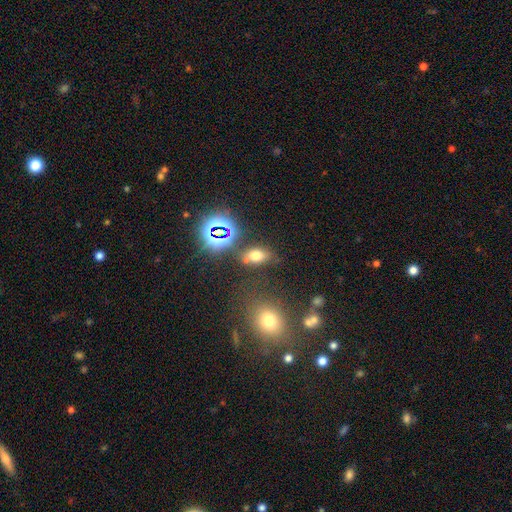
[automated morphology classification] type=smooth (64%); roundness=in between (79%); merging=none (68%).